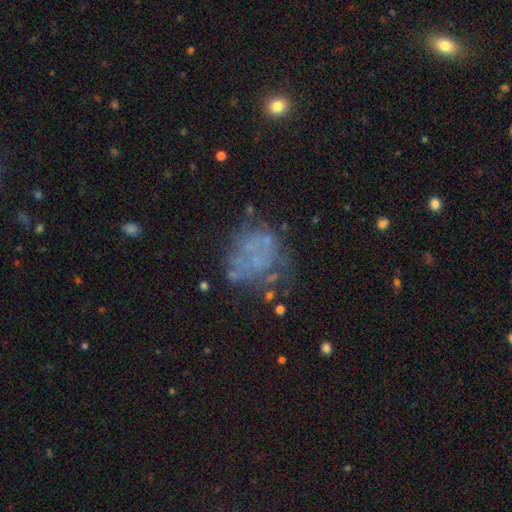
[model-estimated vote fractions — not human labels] A featured or disk galaxy (48%). Merging: none (50%).